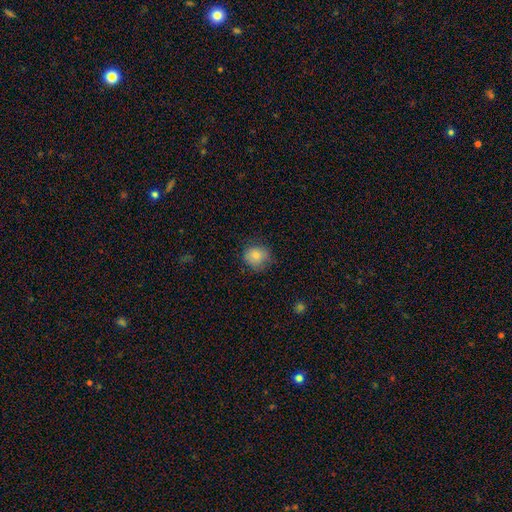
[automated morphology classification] smooth_or_featured: smooth (p=0.83) [alt: star or artifact p=0.10]
how_rounded: round (p=0.79) [alt: in between p=0.20]
merging: none (p=0.73) [alt: minor disturbance p=0.20]